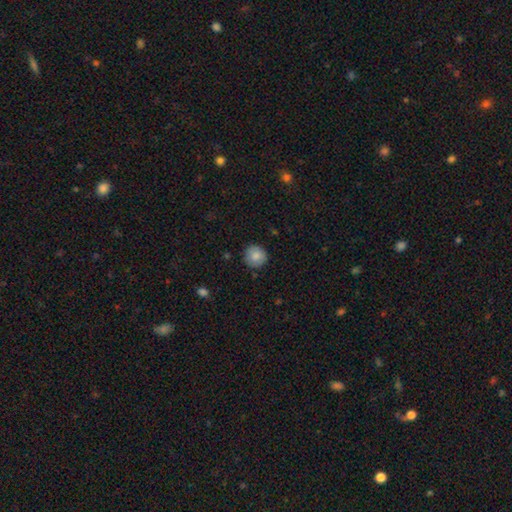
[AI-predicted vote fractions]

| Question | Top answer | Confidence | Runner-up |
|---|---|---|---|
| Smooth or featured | smooth | 83% | featured or disk (9%) |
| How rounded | round | 93% | in between (7%) |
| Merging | none | 86% | minor disturbance (11%) |